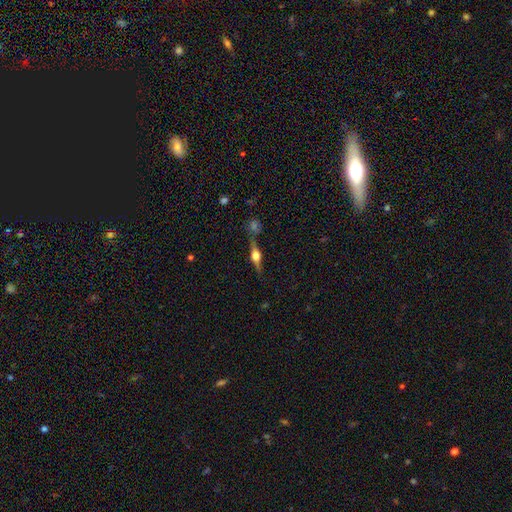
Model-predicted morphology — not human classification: This is likely a featured or disk galaxy (74%). It is clearly viewed edge-on (96%). Edge-on bulge: clearly rounded (93%). Merging: likely none (75%).